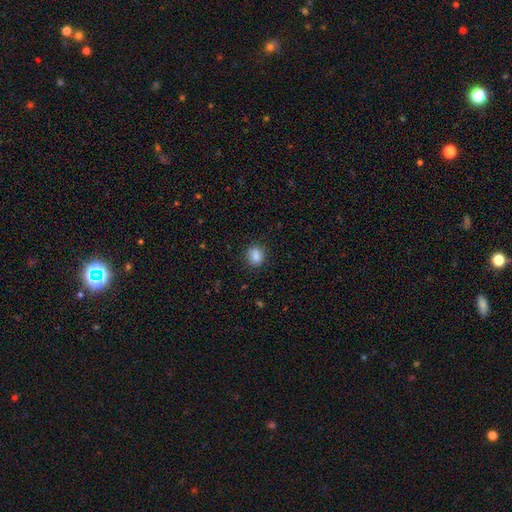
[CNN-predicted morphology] Smooth or featured? smooth (87%)
How rounded? round (58%)
Merging? none (87%)